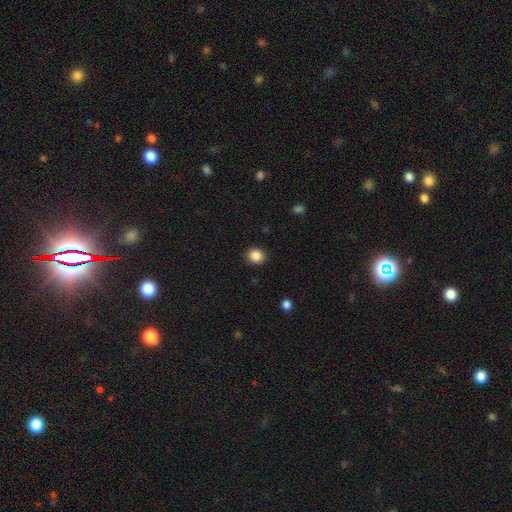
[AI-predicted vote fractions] smooth_or_featured: smooth (p=0.87) [alt: star or artifact p=0.10]
how_rounded: round (p=0.73) [alt: in between p=0.26]
merging: none (p=0.90) [alt: minor disturbance p=0.07]